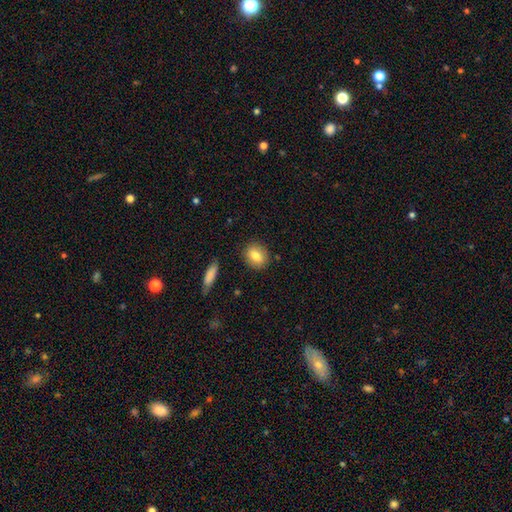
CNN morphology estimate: Smooth or featured? smooth (80%)
How rounded? round (60%)
Merging? none (87%)